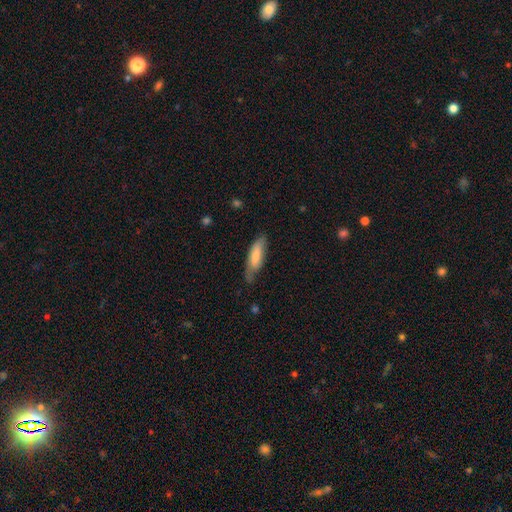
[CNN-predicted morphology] Smooth or featured? Predicted: smooth (p=0.70). How rounded? Predicted: in between (p=0.52). Merging? Predicted: none (p=0.61).